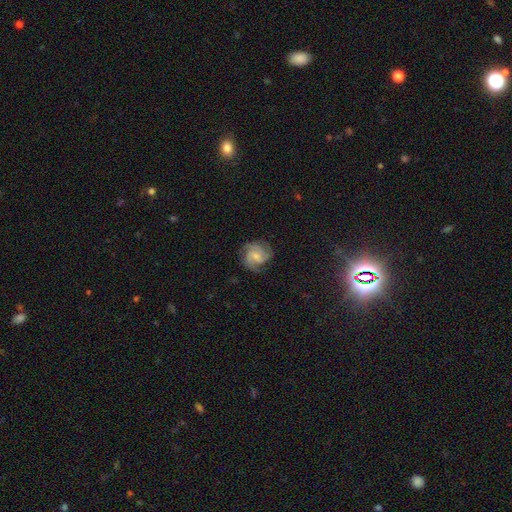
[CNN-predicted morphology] Smooth or featured: featured or disk — 81% (smooth — 12%)
Edge-on disk: no — 98% (yes — 2%)
Bar: weak — 46% (no — 45%)
Spiral arms: yes — 97% (no — 3%)
Spiral winding: tight — 48% (medium — 43%)
Spiral arm count: 3 — 49% (2 — 15%)
Bulge size: small — 55% (moderate — 32%)
Merging: none — 75% (minor disturbance — 17%)